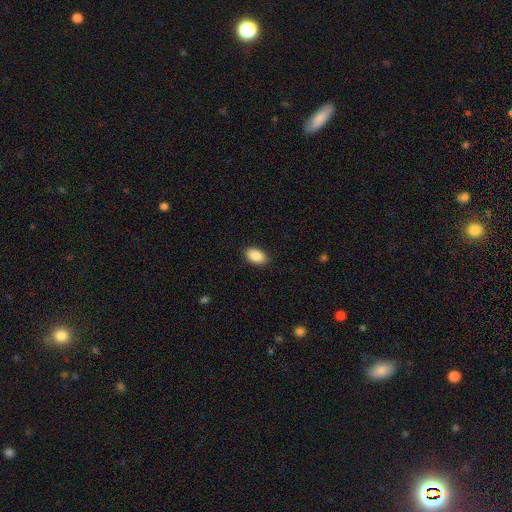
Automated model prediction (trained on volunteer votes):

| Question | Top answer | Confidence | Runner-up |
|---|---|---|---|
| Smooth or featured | smooth | 89% | star or artifact (7%) |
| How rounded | in between | 92% | round (7%) |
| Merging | none | 89% | minor disturbance (8%) |